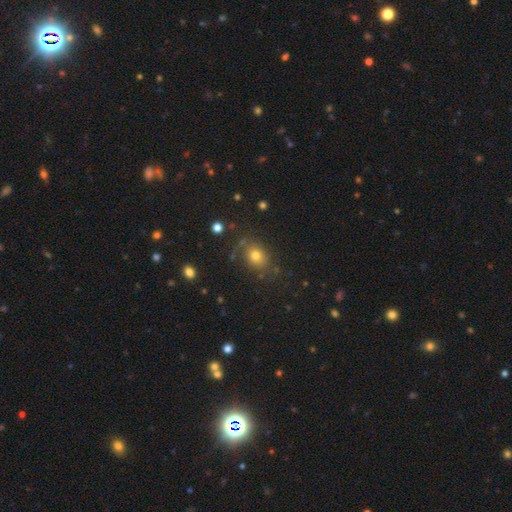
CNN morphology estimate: A smooth galaxy with no disk features (70%) that is in between round and cigar-shaped (52%).

Vote fractions:
- Smooth or featured? smooth: 70% / star or artifact: 17% / featured or disk: 13%
- How rounded? in between: 52% / round: 47% / cigar-shaped: 1%
- Merging? none: 75% / minor disturbance: 15% / major disturbance: 6% / merger: 3%